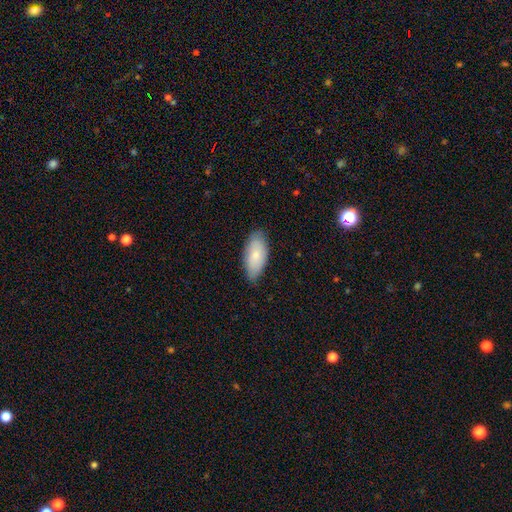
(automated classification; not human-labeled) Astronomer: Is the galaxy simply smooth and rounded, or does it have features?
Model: smooth — 75%.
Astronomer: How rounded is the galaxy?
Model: in between — 92%.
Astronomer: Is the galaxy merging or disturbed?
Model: none — 76%.